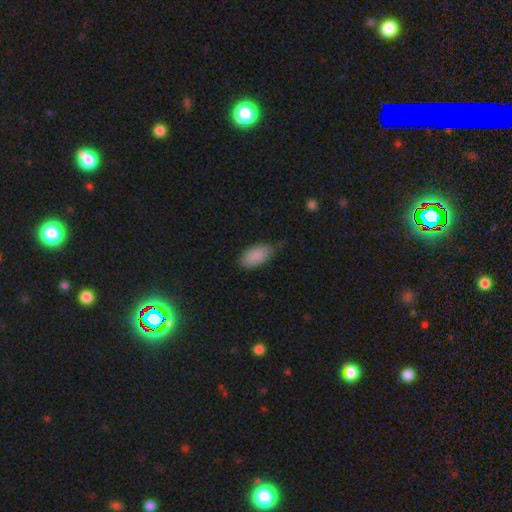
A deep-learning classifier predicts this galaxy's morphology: Smooth or featured: smooth — 88% (star or artifact — 7%)
How rounded: in between — 94% (cigar-shaped — 3%)
Merging: none — 64% (minor disturbance — 30%)